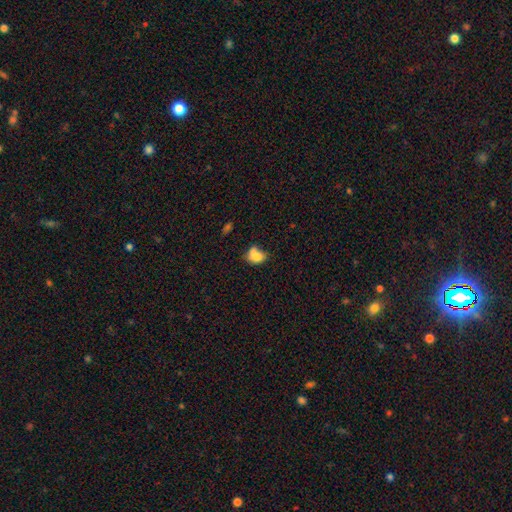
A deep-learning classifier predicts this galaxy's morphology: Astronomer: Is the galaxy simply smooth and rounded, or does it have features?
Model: smooth — 77%.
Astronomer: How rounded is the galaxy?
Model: in between — 70%.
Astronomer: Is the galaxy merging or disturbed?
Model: merger — 38% (runner-up: none, 30%).